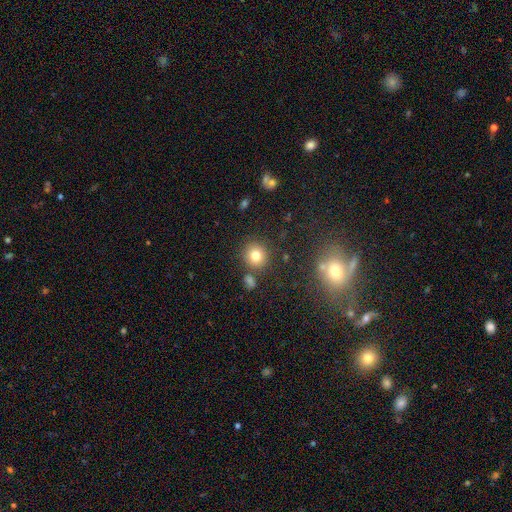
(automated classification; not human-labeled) smooth_or_featured: smooth (p=0.78) [alt: star or artifact p=0.13]
how_rounded: round (p=0.90) [alt: in between p=0.09]
merging: none (p=0.83) [alt: minor disturbance p=0.08]